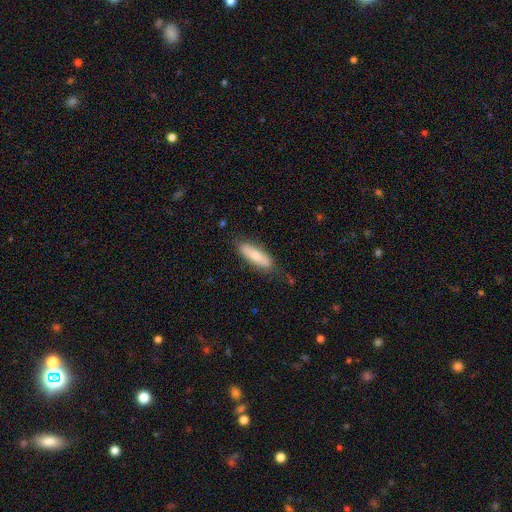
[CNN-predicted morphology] type=smooth (68%); roundness=cigar-shaped (55%); merging=none (79%).